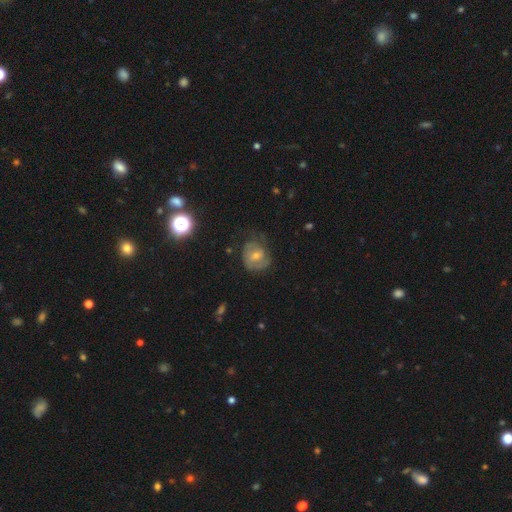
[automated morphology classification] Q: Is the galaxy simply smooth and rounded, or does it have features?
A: featured or disk — 59%.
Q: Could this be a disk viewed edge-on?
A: no — 97%.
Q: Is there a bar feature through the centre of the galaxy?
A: no — 54%.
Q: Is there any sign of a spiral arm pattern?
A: yes — 76%.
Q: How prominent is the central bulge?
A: small — 52%.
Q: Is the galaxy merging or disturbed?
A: none — 50%.